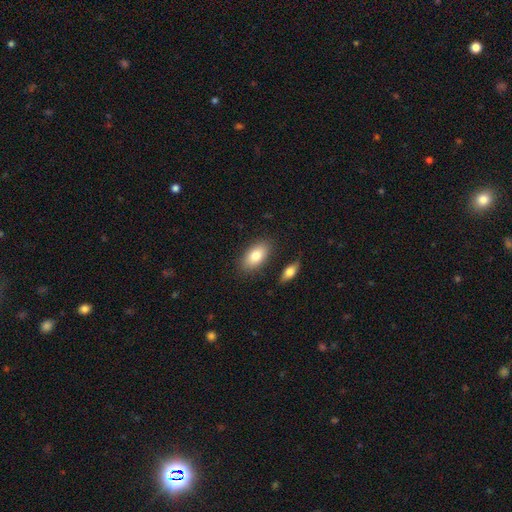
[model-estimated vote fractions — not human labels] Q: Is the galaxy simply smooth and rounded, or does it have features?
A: smooth — 82%.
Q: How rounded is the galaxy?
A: in between — 92%.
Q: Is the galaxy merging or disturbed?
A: none — 83%.